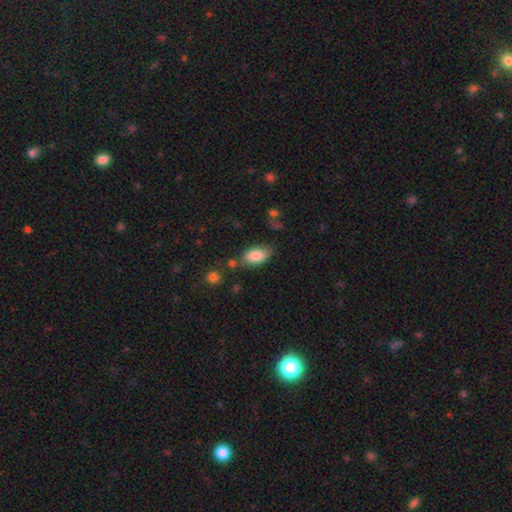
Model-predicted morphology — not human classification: smooth_or_featured: smooth (p=0.84) [alt: featured or disk p=0.09]
how_rounded: in between (p=0.93) [alt: round p=0.05]
merging: none (p=0.69) [alt: minor disturbance p=0.19]